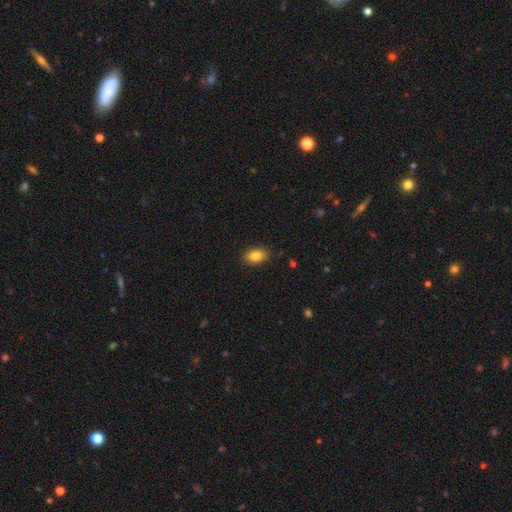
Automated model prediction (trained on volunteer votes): Morphology: type=smooth (85%); roundness=in between (88%); merging=none (87%).